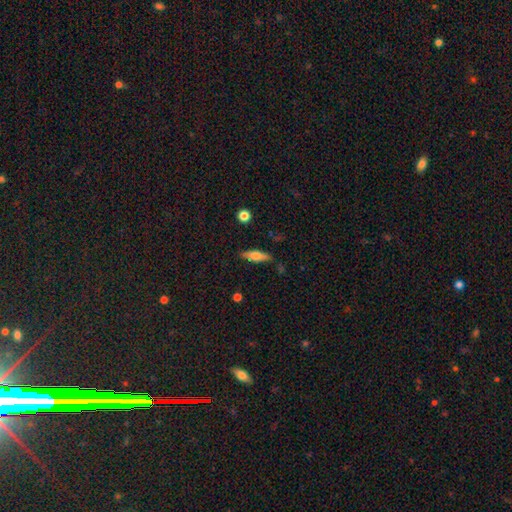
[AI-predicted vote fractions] Smooth or featured? smooth (63%)
How rounded? cigar-shaped (49%)
Merging? none (80%)